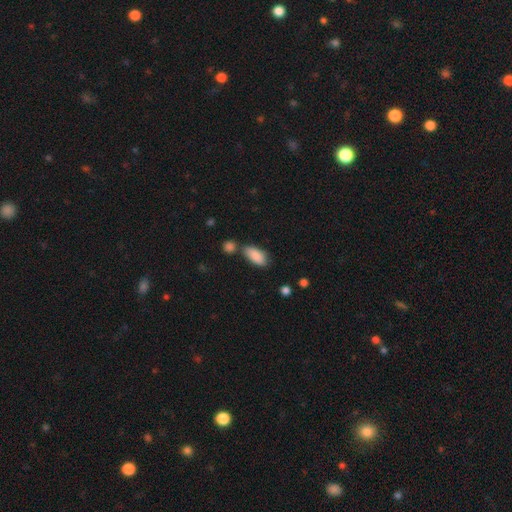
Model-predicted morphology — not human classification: smooth 88%, star or artifact 6%, featured or disk 6%. Down the decision tree: how rounded — in between (89%); merging — none (62%).